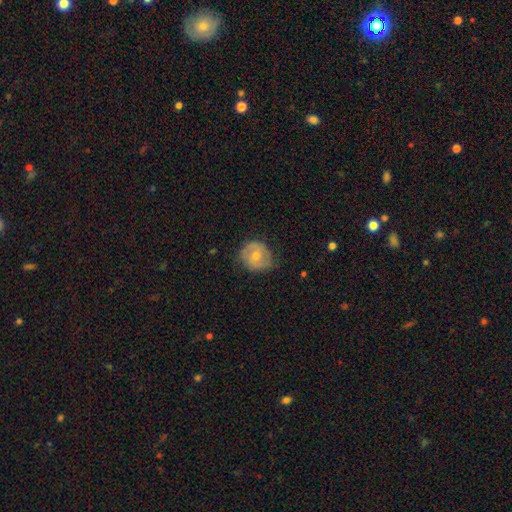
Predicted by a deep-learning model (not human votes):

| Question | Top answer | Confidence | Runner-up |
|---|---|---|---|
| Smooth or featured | smooth | 53% | featured or disk (41%) |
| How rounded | round | 80% | in between (19%) |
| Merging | none | 68% | minor disturbance (25%) |